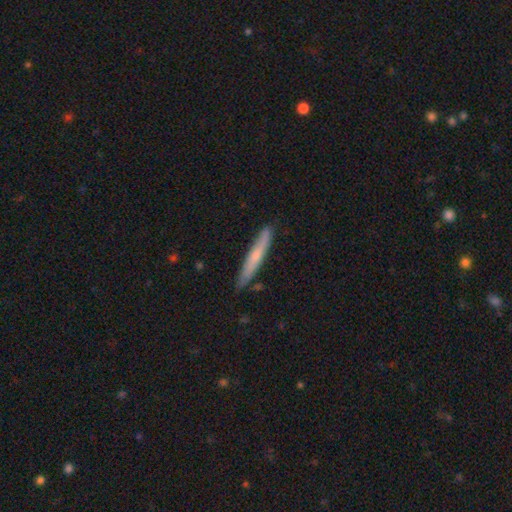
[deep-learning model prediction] Smooth or featured? smooth (57%)
How rounded? cigar-shaped (95%)
Merging? none (85%)